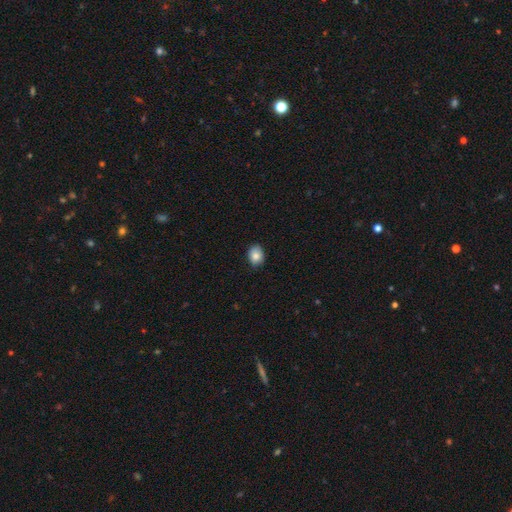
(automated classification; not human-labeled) Overall: smooth (84%). How rounded: in between (61%; round 38%). Merging: none (82%).